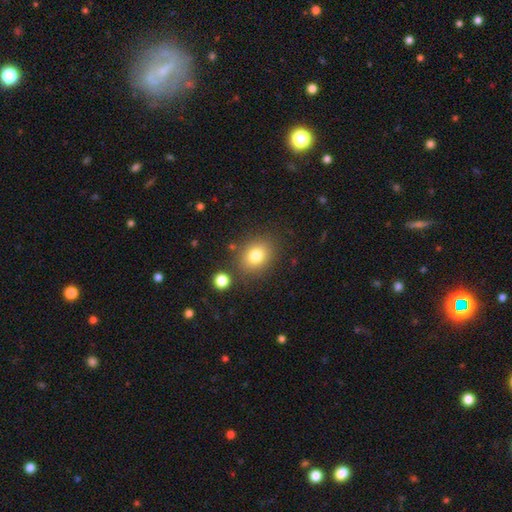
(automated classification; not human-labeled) Smooth or featured? smooth (78%)
How rounded? round (52%)
Merging? none (81%)